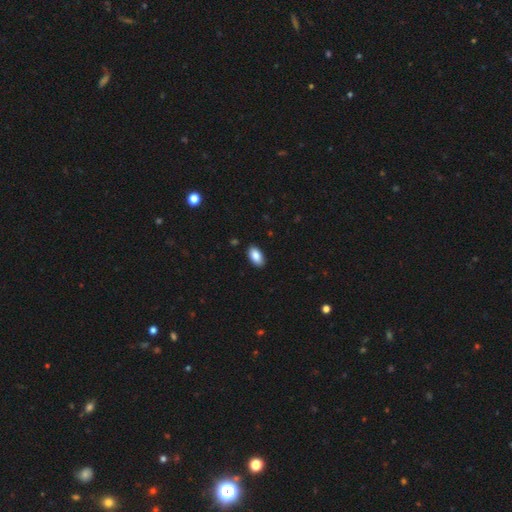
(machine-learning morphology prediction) The model was most divided on "merging": none: 89%, minor disturbance: 8%, major disturbance: 2%, merger: 1%. More confident: how rounded — in between (94%); smooth or featured — smooth (88%).